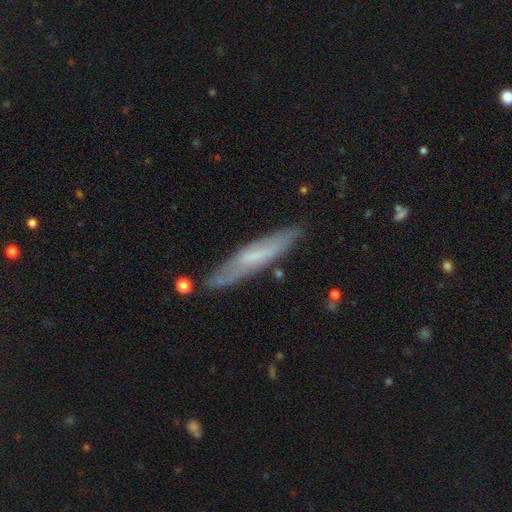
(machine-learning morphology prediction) smooth_or_featured: smooth (p=0.47) [alt: featured or disk p=0.46]
merging: none (p=0.76) [alt: minor disturbance p=0.17]